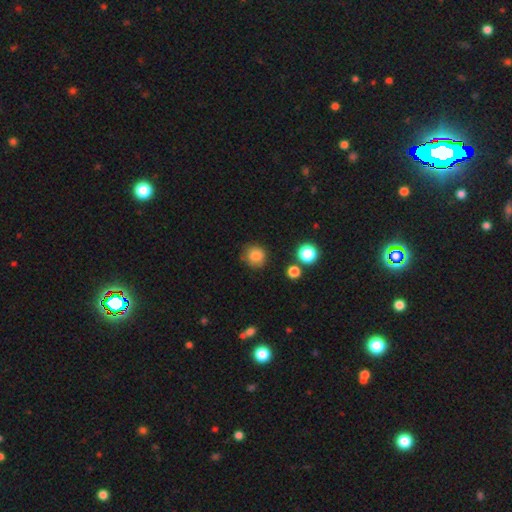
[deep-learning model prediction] This is clearly a smooth galaxy (83%). How rounded: clearly round (88%). Merging: clearly none (83%).